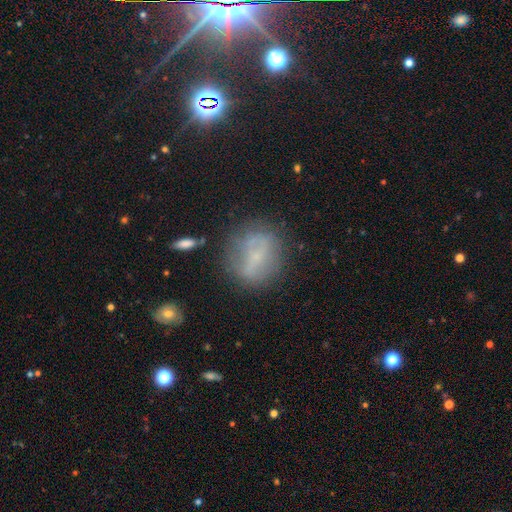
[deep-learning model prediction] A smooth galaxy with no disk features (45%). Merging: none (66%).